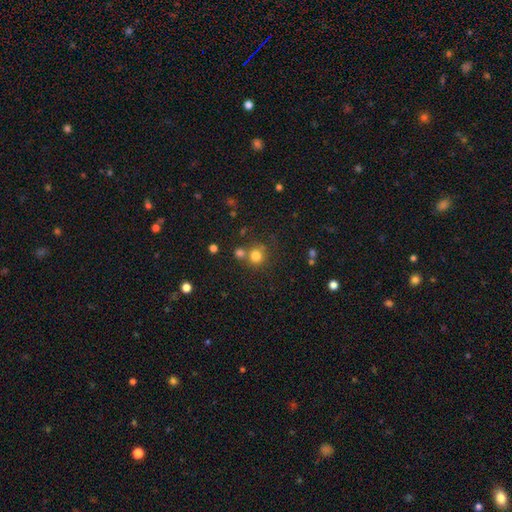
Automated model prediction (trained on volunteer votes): Smooth or featured: smooth — 77% (star or artifact — 15%)
How rounded: round — 90% (in between — 9%)
Merging: none — 64% (merger — 23%)